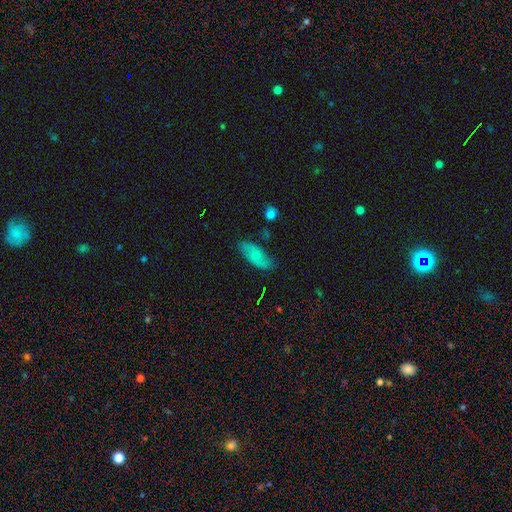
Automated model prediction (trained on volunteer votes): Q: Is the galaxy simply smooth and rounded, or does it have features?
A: smooth — 60%.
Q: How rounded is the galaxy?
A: in between — 82%.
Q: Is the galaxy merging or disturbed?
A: none — 75%.